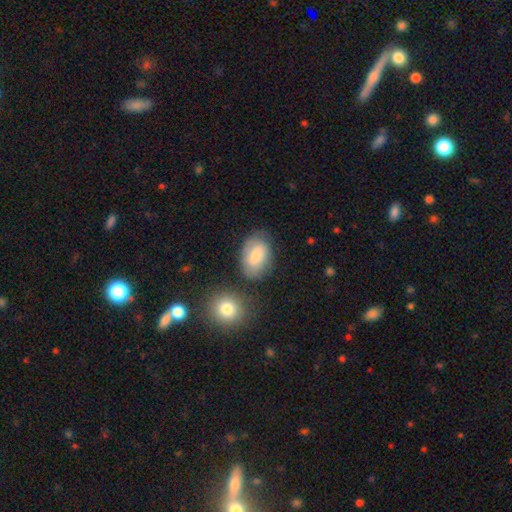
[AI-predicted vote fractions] Overall: smooth (65%; featured or disk 28%). How rounded: in between (86%). Merging: none (64%).